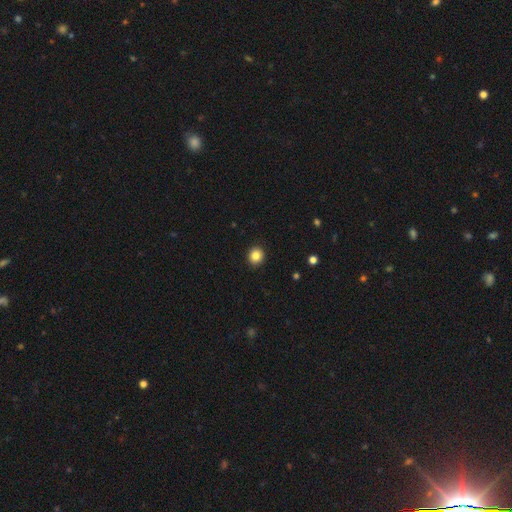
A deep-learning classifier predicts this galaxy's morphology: A smooth galaxy with no disk features (84%) that is round (88%).

Vote fractions:
- Smooth or featured? smooth: 84% / star or artifact: 11% / featured or disk: 5%
- How rounded? round: 88% / in between: 11% / cigar-shaped: 1%
- Merging? none: 93% / minor disturbance: 5% / major disturbance: 2% / merger: 1%